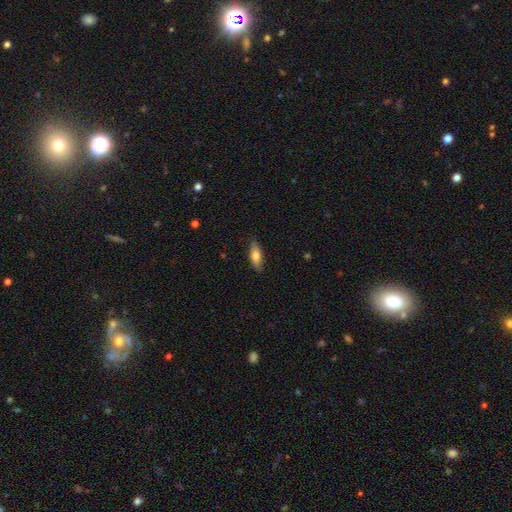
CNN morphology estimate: Overall: smooth (74%). How rounded: in between (68%; cigar-shaped 30%). Merging: none (84%).